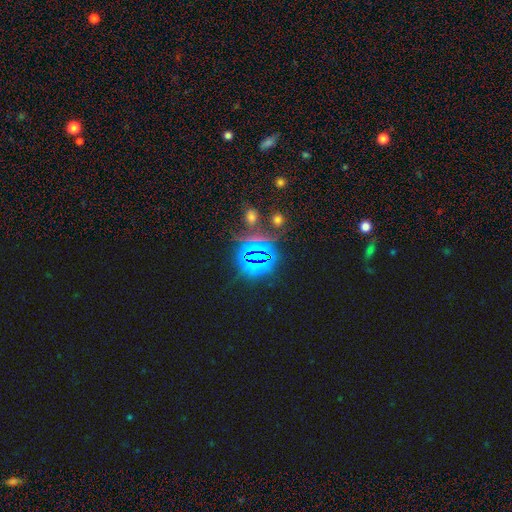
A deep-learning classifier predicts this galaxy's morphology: type=star or artifact (78%).